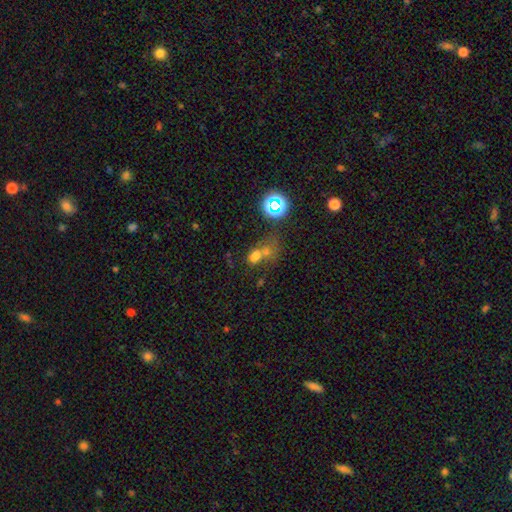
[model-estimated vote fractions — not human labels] Smooth or featured?
  - smooth: 59% *
  - star or artifact: 26%
  - featured or disk: 15%
How rounded?
  - in between: 52% *
  - round: 46%
  - cigar-shaped: 2%
Merging?
  - merger: 55% *
  - none: 27%
  - major disturbance: 9%
  - minor disturbance: 9%